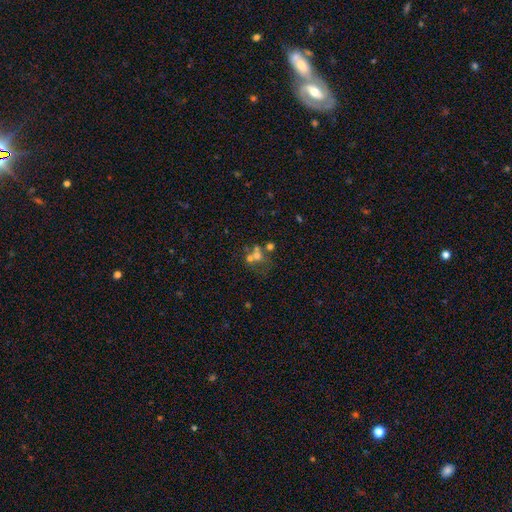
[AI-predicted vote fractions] Smooth or featured? smooth (49%)
Merging? merger (49%)